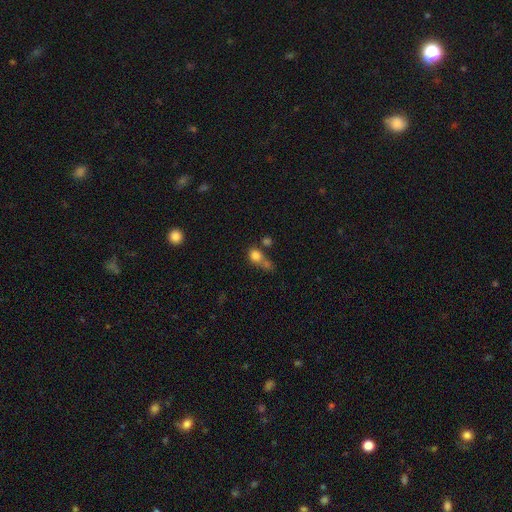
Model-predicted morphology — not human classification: Overall: smooth (78%). How rounded: round (66%; in between 32%). Merging: merger (40%; none 36%).